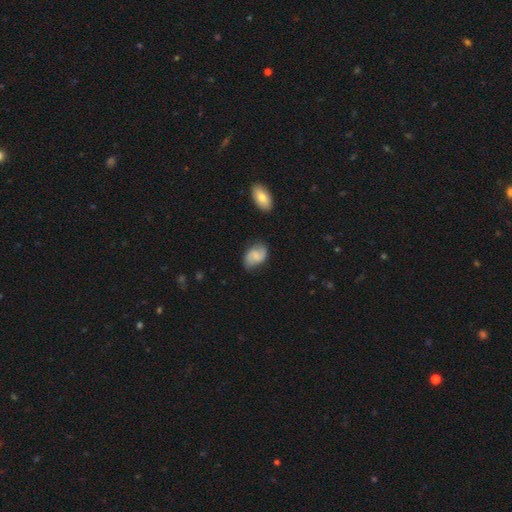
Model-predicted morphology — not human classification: Smooth or featured? smooth (50%)
Merging? none (71%)